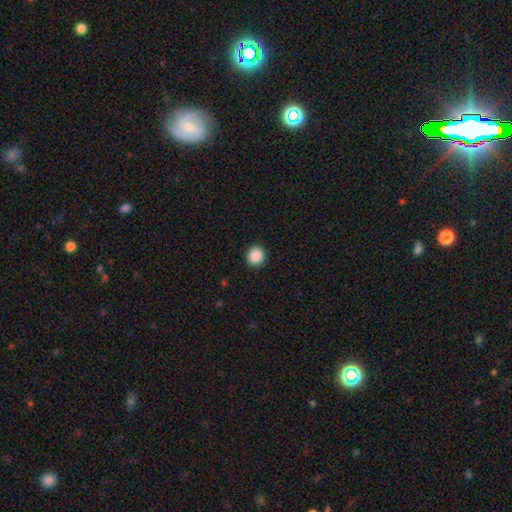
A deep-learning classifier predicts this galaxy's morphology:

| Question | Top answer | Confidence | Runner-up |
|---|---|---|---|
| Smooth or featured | smooth | 89% | star or artifact (8%) |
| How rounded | round | 90% | in between (9%) |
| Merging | none | 92% | minor disturbance (5%) |